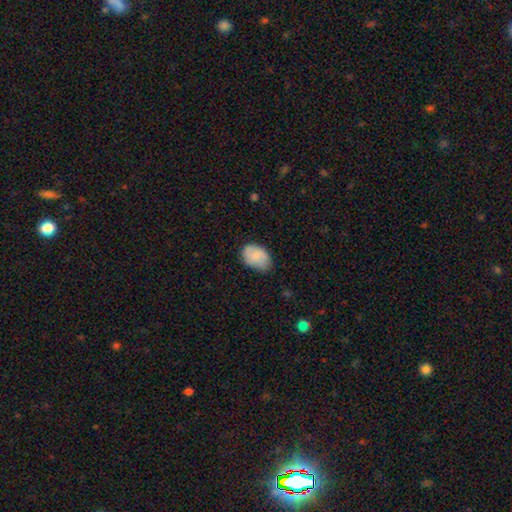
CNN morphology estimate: The model was most divided on "merging": none: 67%, minor disturbance: 27%, major disturbance: 5%, merger: 1%. More confident: how rounded — in between (86%); smooth or featured — smooth (80%).